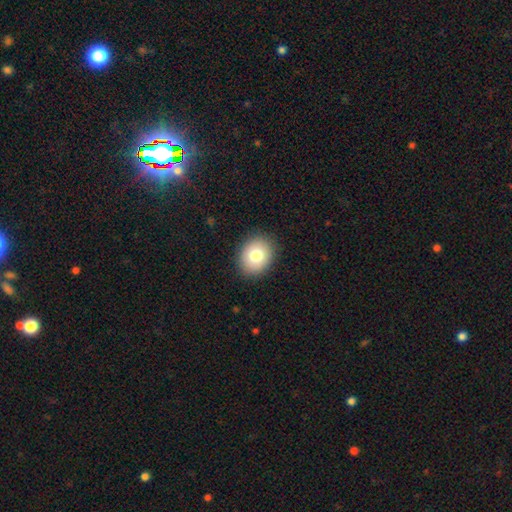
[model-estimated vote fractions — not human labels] This appears to be a smooth galaxy with no disk features (79%) that is round (54%). Merging: none (89%).